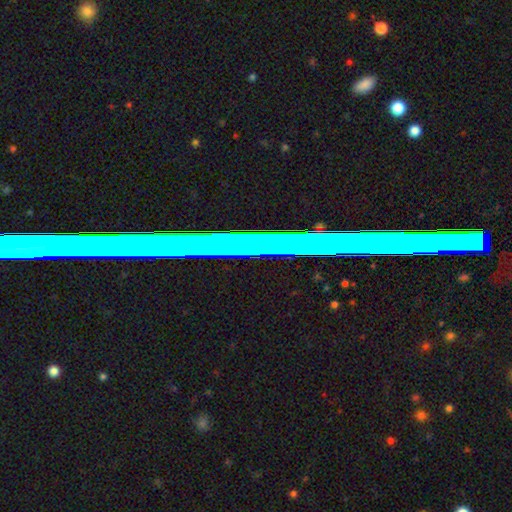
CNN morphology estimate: This is likely a star or artifact rather than a galaxy (70%).